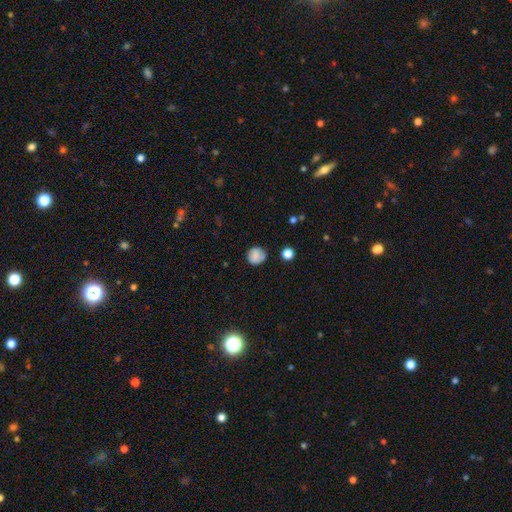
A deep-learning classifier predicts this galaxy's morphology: smooth_or_featured: smooth (p=0.73) [alt: featured or disk p=0.17]
how_rounded: round (p=0.87) [alt: in between p=0.12]
merging: none (p=0.73) [alt: minor disturbance p=0.19]